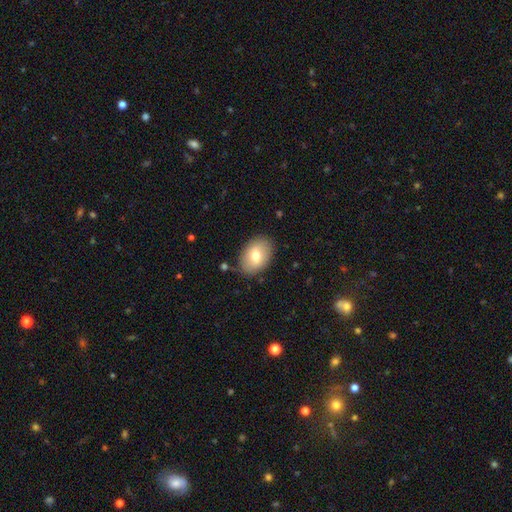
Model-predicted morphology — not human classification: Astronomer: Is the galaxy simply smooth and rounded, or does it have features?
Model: smooth — 73%.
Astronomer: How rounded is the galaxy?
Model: in between — 86%.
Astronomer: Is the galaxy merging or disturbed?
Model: none — 85%.